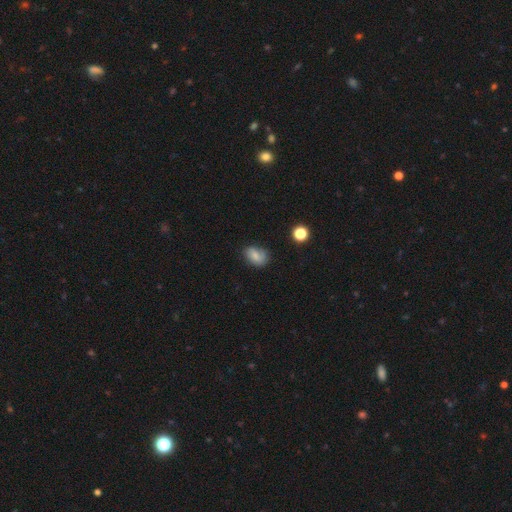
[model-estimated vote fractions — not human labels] A smooth galaxy with no disk features (74%) that is in between round and cigar-shaped (79%).

Vote fractions:
- Smooth or featured? smooth: 74% / featured or disk: 16% / star or artifact: 10%
- How rounded? in between: 79% / round: 20% / cigar-shaped: 2%
- Merging? none: 68% / minor disturbance: 24% / major disturbance: 6% / merger: 2%